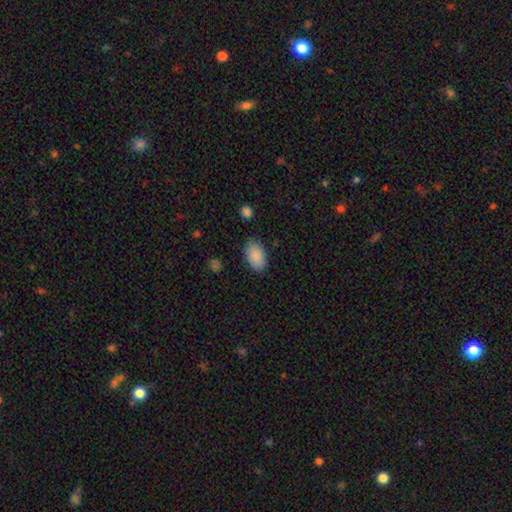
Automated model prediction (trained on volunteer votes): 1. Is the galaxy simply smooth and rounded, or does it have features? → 89% smooth, 7% star or artifact, 5% featured or disk.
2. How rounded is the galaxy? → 93% in between, 6% round, 1% cigar-shaped.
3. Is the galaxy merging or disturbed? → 83% none, 13% minor disturbance, 3% major disturbance, 2% merger.